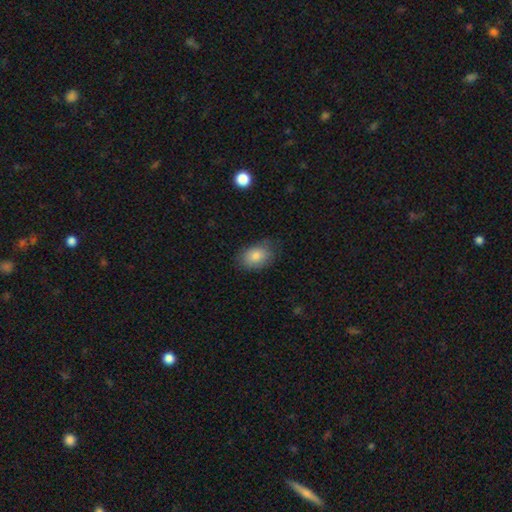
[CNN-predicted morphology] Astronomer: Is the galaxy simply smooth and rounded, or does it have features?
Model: smooth — 83%.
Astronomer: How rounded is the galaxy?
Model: in between — 81%.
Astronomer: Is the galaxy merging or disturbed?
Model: none — 77%.